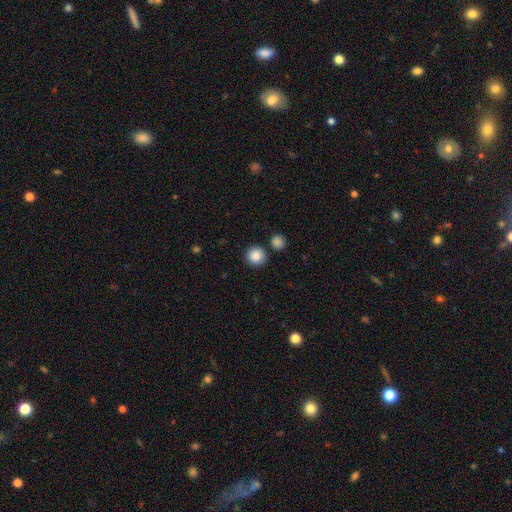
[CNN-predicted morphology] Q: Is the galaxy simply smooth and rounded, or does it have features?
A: smooth — 87%.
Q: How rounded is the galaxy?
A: round — 93%.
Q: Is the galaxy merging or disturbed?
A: none — 84%.